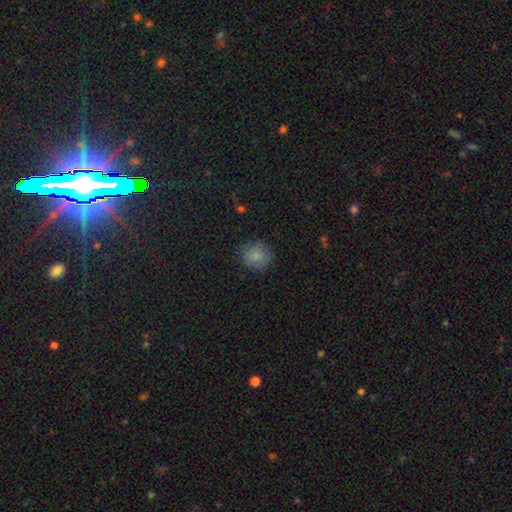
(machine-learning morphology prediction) Smooth or featured? Predicted: smooth (p=0.83). How rounded? Predicted: round (p=0.85). Merging? Predicted: none (p=0.85).